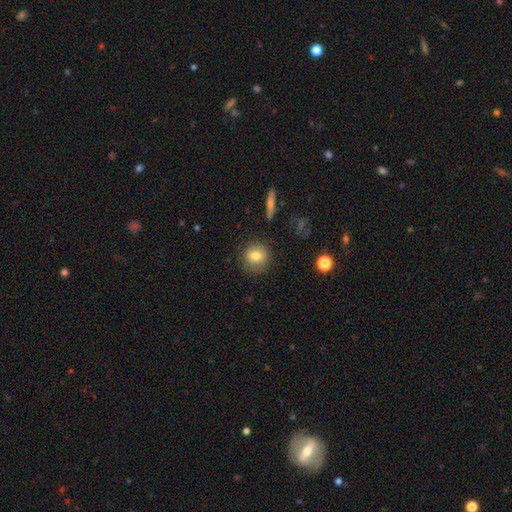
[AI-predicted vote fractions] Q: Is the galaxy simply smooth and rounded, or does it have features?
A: smooth — 78%.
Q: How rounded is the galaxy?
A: round — 88%.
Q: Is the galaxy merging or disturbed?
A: none — 84%.